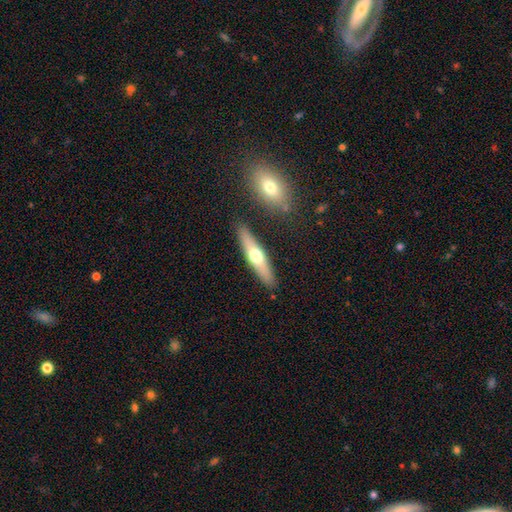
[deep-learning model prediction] Q: Smooth or featured?
A: smooth (49%); runner-up: featured or disk (45%)
Q: Merging?
A: none (88%); runner-up: minor disturbance (8%)